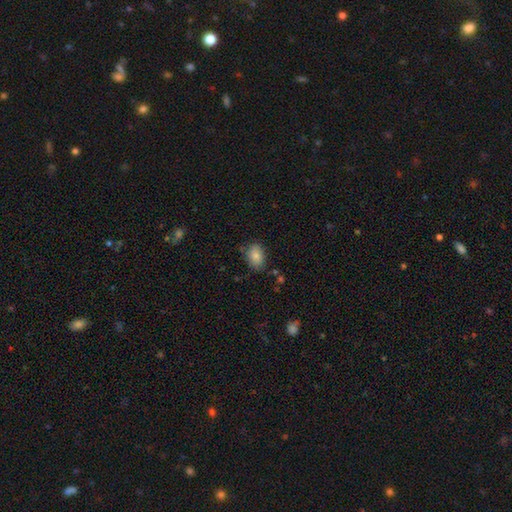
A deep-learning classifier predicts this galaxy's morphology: smooth_or_featured: smooth (p=0.83) [alt: featured or disk p=0.09]
how_rounded: in between (p=0.81) [alt: round p=0.18]
merging: none (p=0.74) [alt: minor disturbance p=0.19]